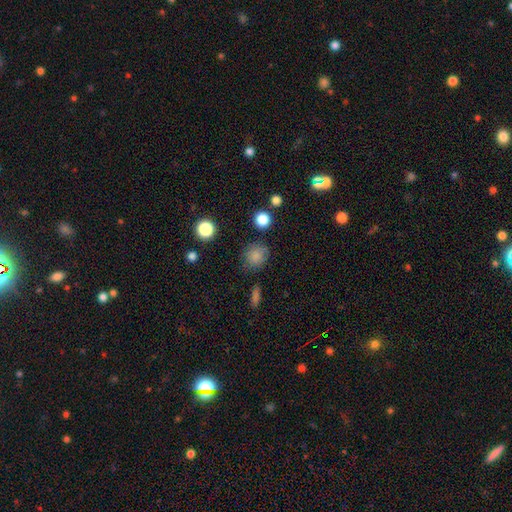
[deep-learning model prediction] smooth 82%, star or artifact 12%, featured or disk 6%. Down the decision tree: how rounded — round (82%); merging — none (76%).